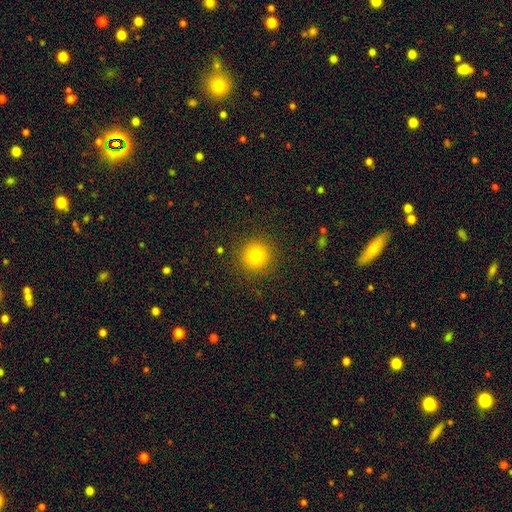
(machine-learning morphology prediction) Overall: smooth (80%). How rounded: round (95%). Merging: none (89%).